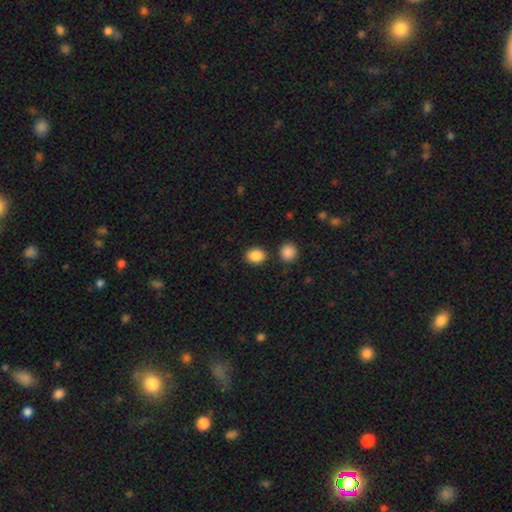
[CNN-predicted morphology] Smooth or featured? smooth (88%)
How rounded? round (50%)
Merging? none (82%)